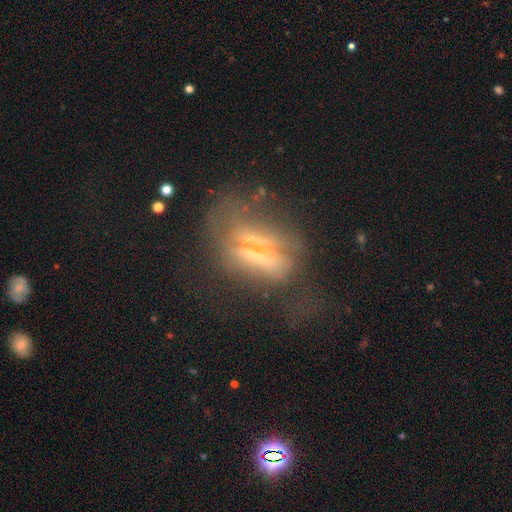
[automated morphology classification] Smooth or featured? Predicted: featured or disk (p=0.51). Edge-on disk? Predicted: no (p=0.58). Merging? Predicted: none (p=0.48).